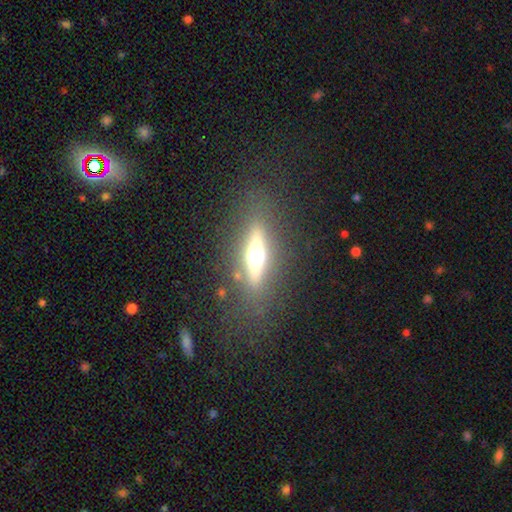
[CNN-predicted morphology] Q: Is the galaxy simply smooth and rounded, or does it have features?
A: featured or disk — 64%.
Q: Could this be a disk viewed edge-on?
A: yes — 90%.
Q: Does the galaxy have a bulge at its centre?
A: rounded — 95%.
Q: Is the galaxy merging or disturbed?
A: none — 83%.